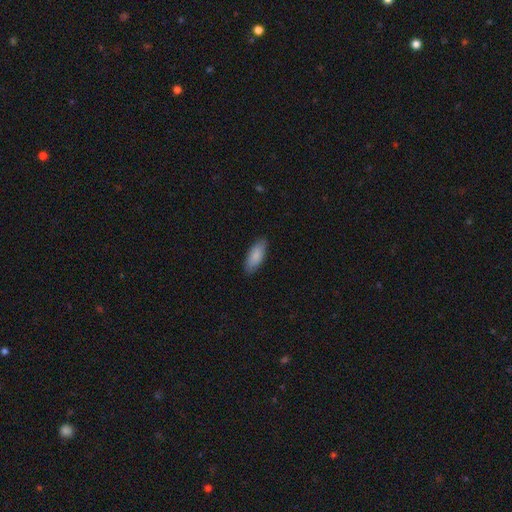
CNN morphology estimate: type=smooth (85%); roundness=in between (79%); merging=none (86%).